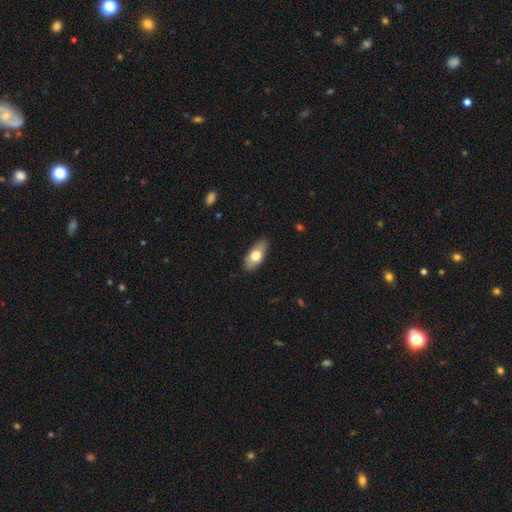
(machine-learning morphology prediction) Smooth or featured: smooth — 68% (featured or disk — 26%)
How rounded: in between — 87% (cigar-shaped — 9%)
Merging: none — 84% (minor disturbance — 13%)